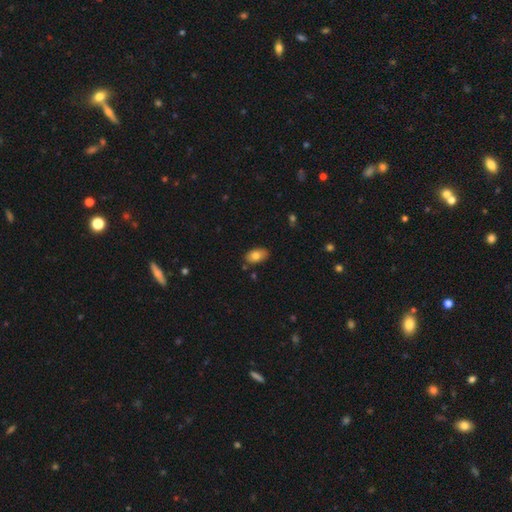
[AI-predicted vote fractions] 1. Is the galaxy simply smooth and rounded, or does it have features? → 78% smooth, 14% featured or disk, 8% star or artifact.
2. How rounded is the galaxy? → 91% in between, 7% round, 2% cigar-shaped.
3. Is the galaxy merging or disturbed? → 82% none, 14% minor disturbance, 2% merger, 2% major disturbance.